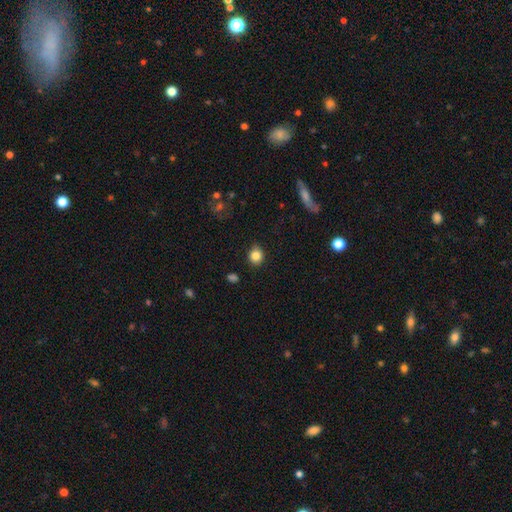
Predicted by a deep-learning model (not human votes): Smooth or featured? Predicted: smooth (p=0.85). How rounded? Predicted: round (p=0.74). Merging? Predicted: none (p=0.86).